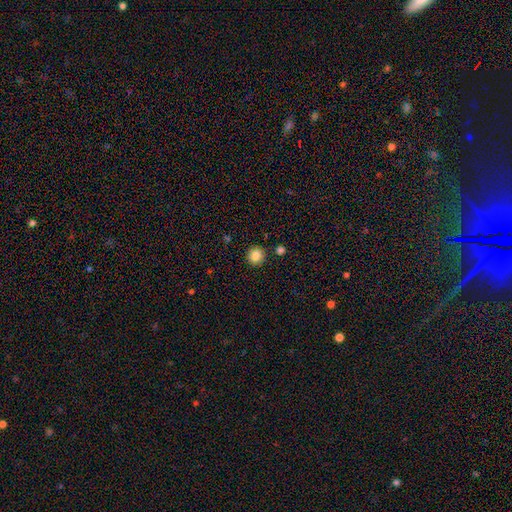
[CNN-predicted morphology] Smooth or featured? Predicted: smooth (p=0.85). How rounded? Predicted: round (p=0.92). Merging? Predicted: none (p=0.89).